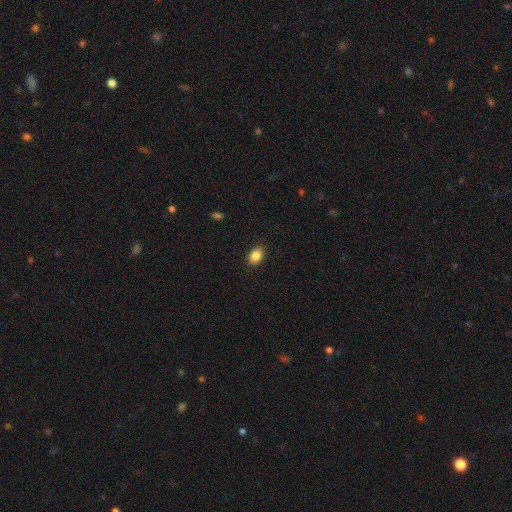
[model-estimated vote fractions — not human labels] Q: Smooth or featured?
A: smooth (86%); runner-up: star or artifact (9%)
Q: How rounded?
A: in between (73%); runner-up: round (26%)
Q: Merging?
A: none (88%); runner-up: minor disturbance (9%)